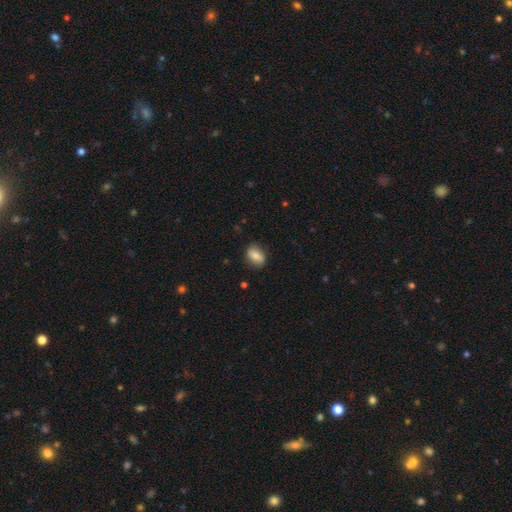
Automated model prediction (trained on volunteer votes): Overall: smooth (75%). How rounded: in between (76%). Merging: none (83%).